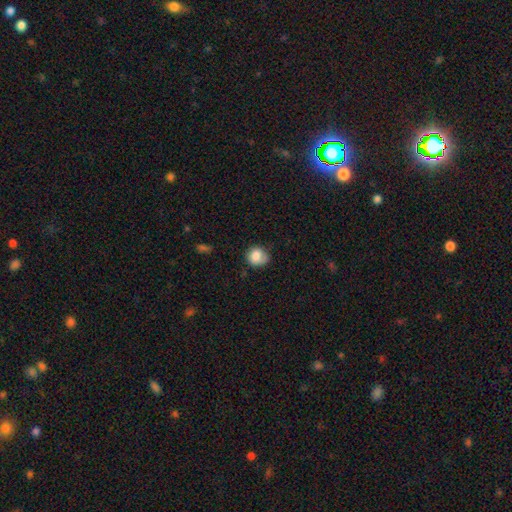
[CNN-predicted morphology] Smooth or featured? Predicted: smooth (p=0.82). How rounded? Predicted: round (p=0.80). Merging? Predicted: none (p=0.60).